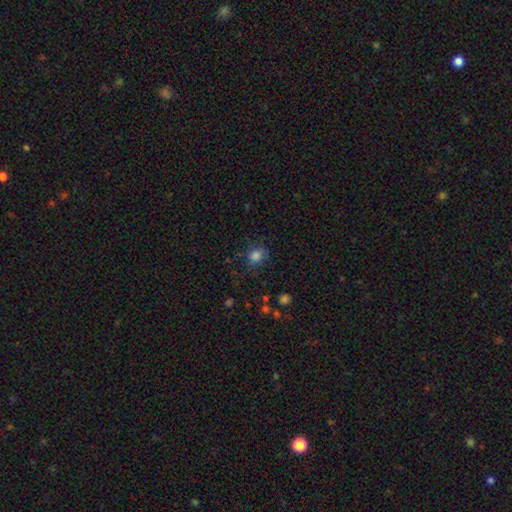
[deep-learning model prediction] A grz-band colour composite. It shows a smooth galaxy with no disk features (82%) that is round (68%). Merging: none (75%).